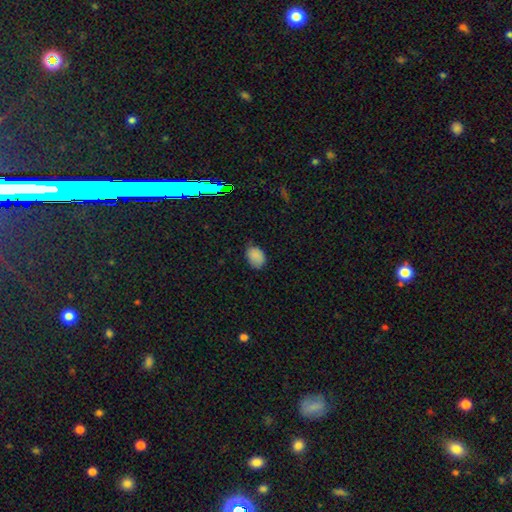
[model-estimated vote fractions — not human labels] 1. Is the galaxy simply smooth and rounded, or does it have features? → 85% smooth, 10% star or artifact, 4% featured or disk.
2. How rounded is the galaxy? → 75% in between, 24% round, 1% cigar-shaped.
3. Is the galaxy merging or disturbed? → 70% none, 25% minor disturbance, 4% major disturbance, 1% merger.